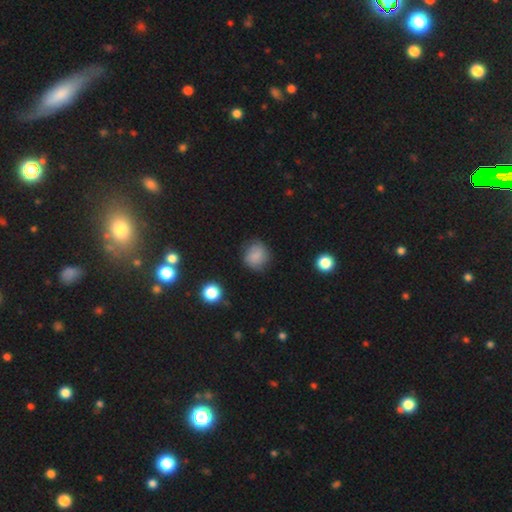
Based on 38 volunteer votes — A smooth galaxy with no disk features (79%) that is round (93%). Merging: none (69%).